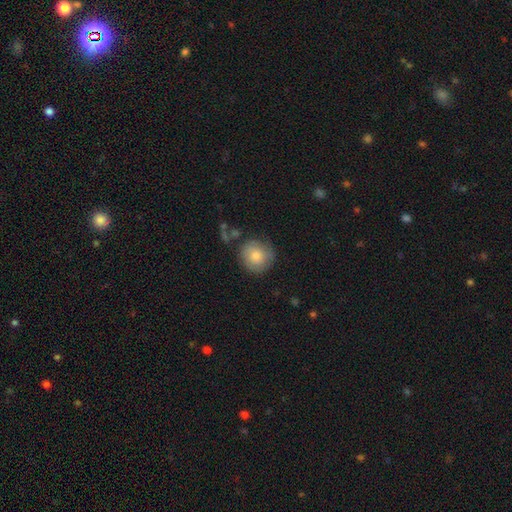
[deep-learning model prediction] This appears to be a smooth galaxy with no disk features (73%) that is round (92%). Merging: none (74%).